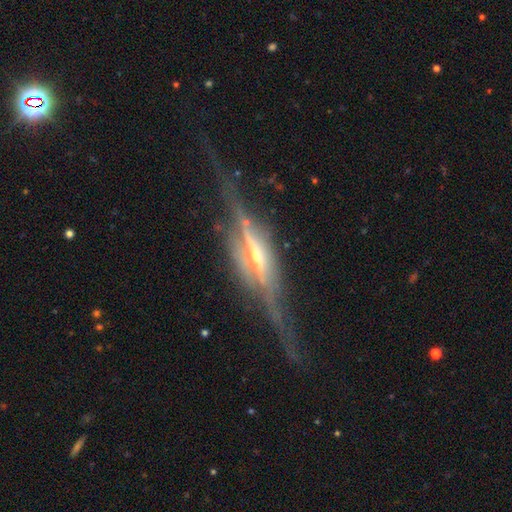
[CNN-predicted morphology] smooth-or-featured: featured or disk: 86% | smooth: 8% | star or artifact: 6%
  disk-edge-on: yes: 93% | no: 7%
    edge-on-bulge: rounded: 68% | boxy: 22% | none: 11%
  merging: none: 65% | minor disturbance: 20% | major disturbance: 12% | merger: 3%